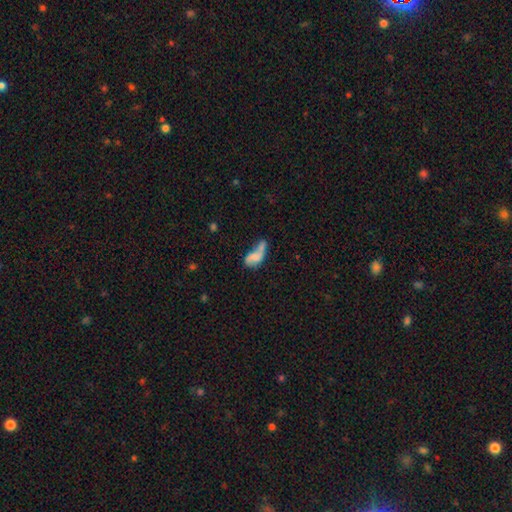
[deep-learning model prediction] Q: Smooth or featured?
A: smooth (55%); runner-up: featured or disk (33%)
Q: How rounded?
A: in between (83%); runner-up: cigar-shaped (9%)
Q: Merging?
A: merger (42%); runner-up: major disturbance (21%)